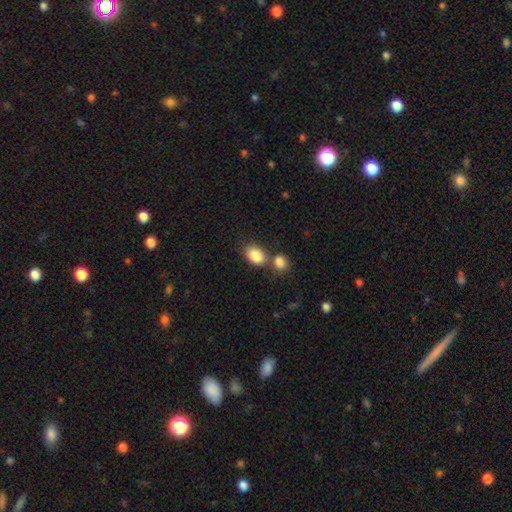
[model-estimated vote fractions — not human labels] The model was most divided on "merging": none: 51%, merger: 34%, minor disturbance: 11%, major disturbance: 3%. More confident: smooth or featured — smooth (86%); how rounded — in between (80%).